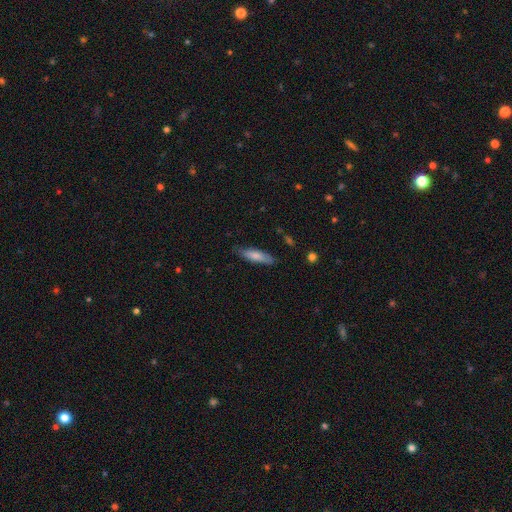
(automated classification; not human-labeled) Overall: smooth (74%). How rounded: cigar-shaped (66%; in between 33%). Merging: none (80%).